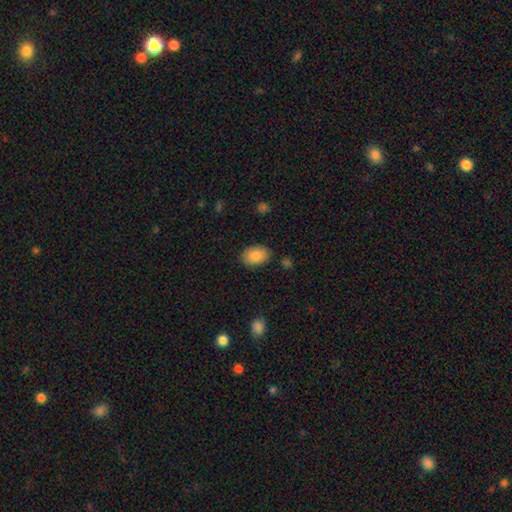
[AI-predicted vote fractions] Morphology: type=smooth (86%); roundness=in between (86%); merging=none (86%).